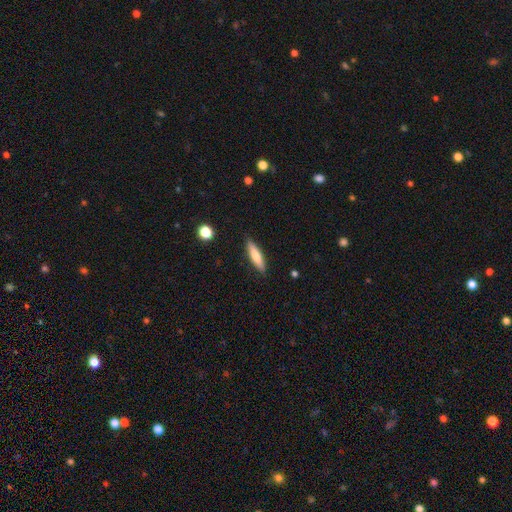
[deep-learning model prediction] Smooth or featured? Predicted: smooth (p=0.68). How rounded? Predicted: cigar-shaped (p=0.76). Merging? Predicted: none (p=0.87).